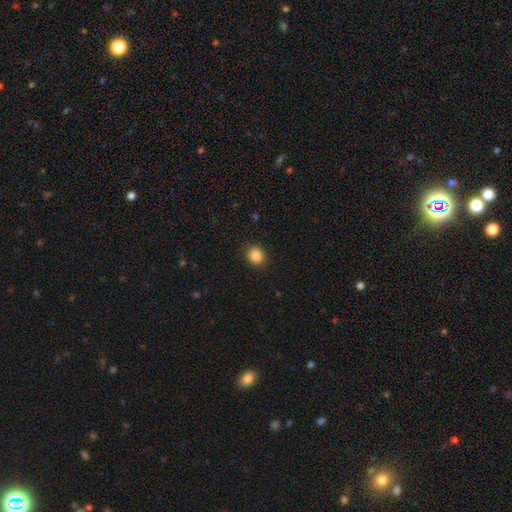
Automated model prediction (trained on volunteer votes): Smooth or featured? Predicted: smooth (p=0.86). How rounded? Predicted: round (p=0.75). Merging? Predicted: none (p=0.90).